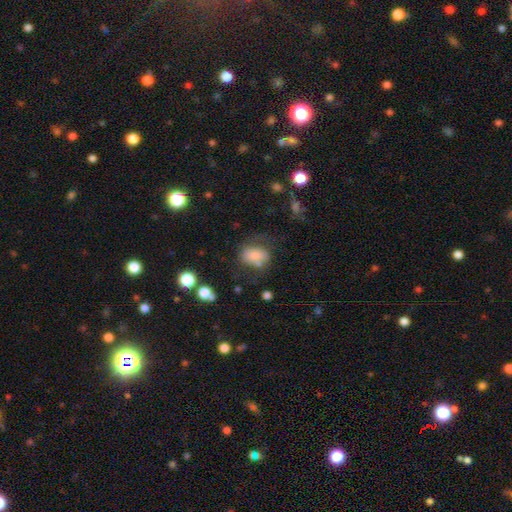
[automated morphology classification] smooth_or_featured: smooth (p=0.70) [alt: featured or disk p=0.20]
how_rounded: in between (p=0.76) [alt: round p=0.22]
merging: none (p=0.50) [alt: minor disturbance p=0.24]